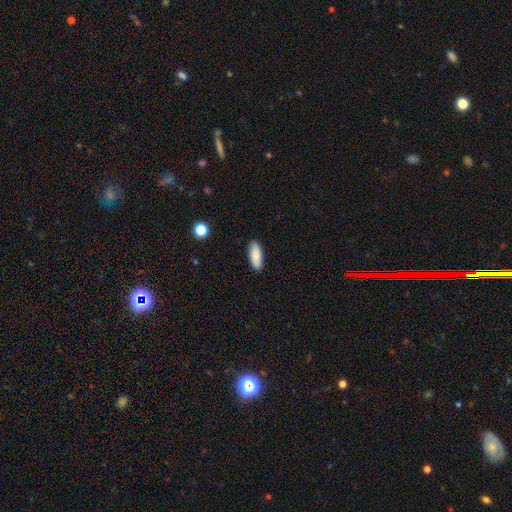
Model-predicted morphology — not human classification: The model was most divided on "how rounded": in between: 76%, cigar-shaped: 22%, round: 2%. More confident: merging — none (89%); smooth or featured — smooth (85%).